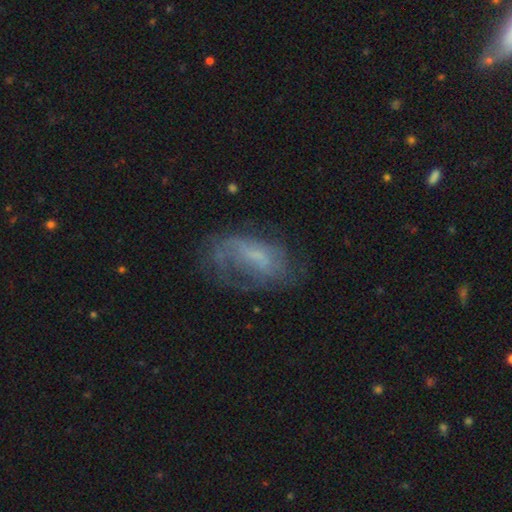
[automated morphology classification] smooth-or-featured: featured or disk: 61% | smooth: 29% | star or artifact: 10%
  disk-edge-on: no: 94% | yes: 6%
    bar: no: 46% | weak: 41% | strong: 13%
    has-spiral-arms: yes: 65% | no: 35%
    bulge-size: small: 42% | none: 34% | moderate: 19% | large: 3% | dominant: 1%
  merging: none: 48% | major disturbance: 27% | minor disturbance: 23% | merger: 2%